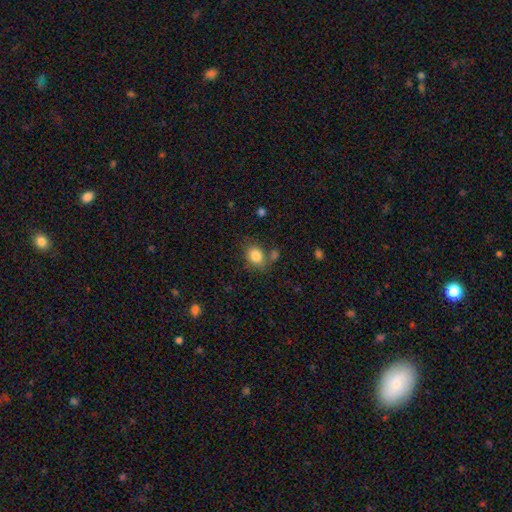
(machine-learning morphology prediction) smooth 84%, star or artifact 9%, featured or disk 7%. Down the decision tree: how rounded — in between (53%); merging — none (66%).